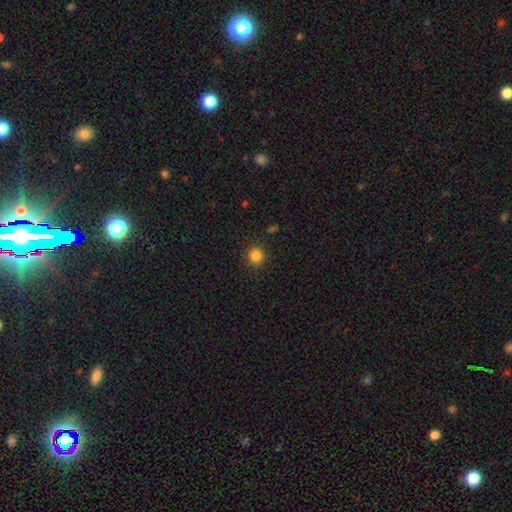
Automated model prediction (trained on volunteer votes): Smooth or featured: smooth — 85% (star or artifact — 12%)
How rounded: round — 90% (in between — 9%)
Merging: none — 90% (minor disturbance — 6%)